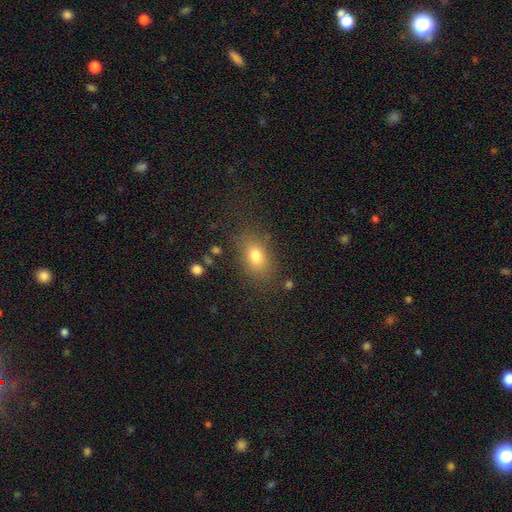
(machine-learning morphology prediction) The model was most divided on "how rounded": in between: 79%, round: 19%, cigar-shaped: 3%. More confident: smooth or featured — smooth (78%); merging — none (78%).